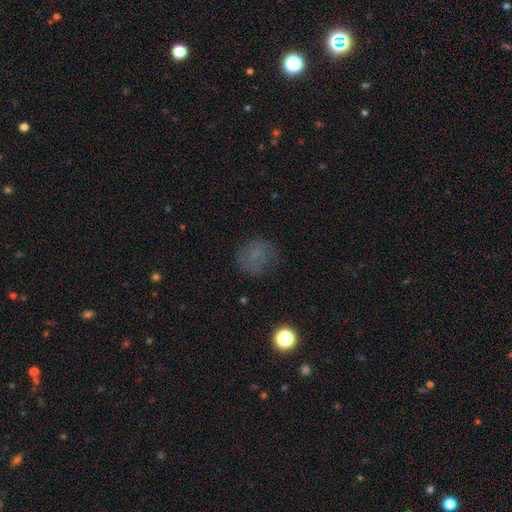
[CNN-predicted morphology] Smooth or featured: smooth — 61% (star or artifact — 21%)
How rounded: round — 79% (in between — 20%)
Merging: none — 67% (minor disturbance — 20%)